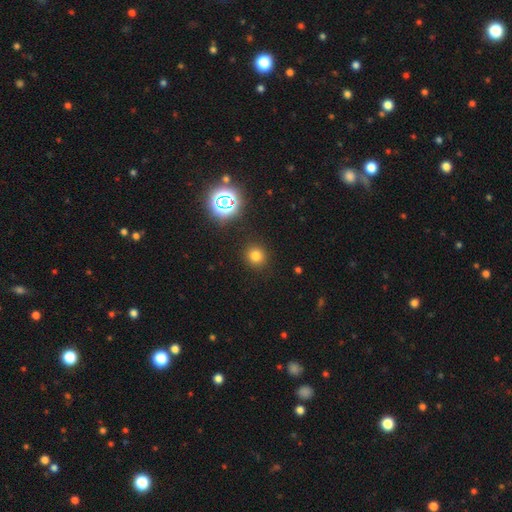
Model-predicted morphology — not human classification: Smooth or featured? smooth (75%)
How rounded? round (91%)
Merging? none (90%)